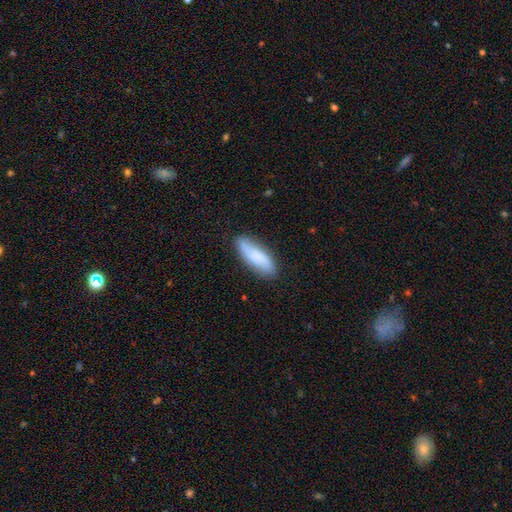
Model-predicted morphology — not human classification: Smooth or featured: smooth — 64% (featured or disk — 29%)
How rounded: in between — 57% (cigar-shaped — 41%)
Merging: none — 82% (minor disturbance — 14%)